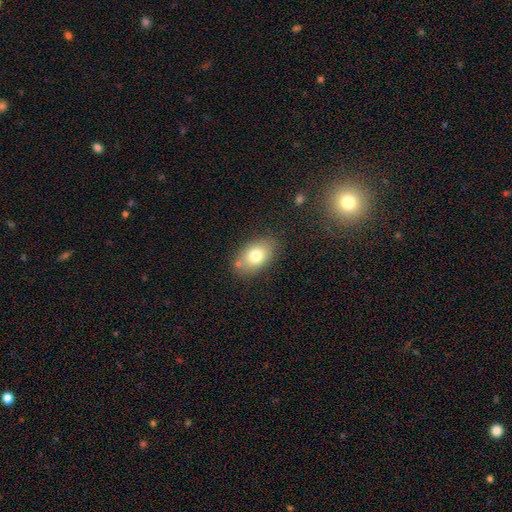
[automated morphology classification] A smooth galaxy with no disk features (76%) that is in between round and cigar-shaped (86%).

Vote fractions:
- Smooth or featured? smooth: 76% / featured or disk: 15% / star or artifact: 9%
- How rounded? in between: 86% / round: 13% / cigar-shaped: 2%
- Merging? none: 76% / minor disturbance: 15% / merger: 6% / major disturbance: 4%